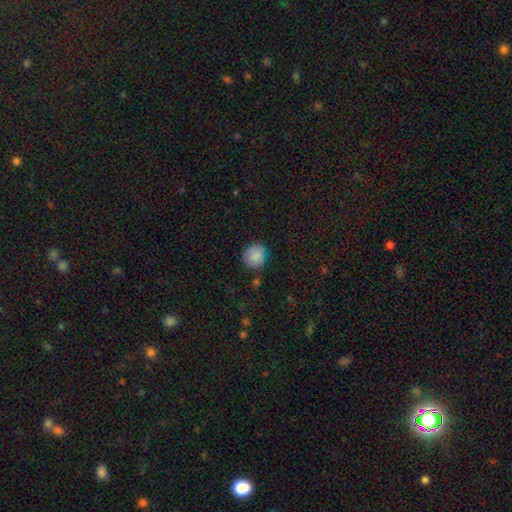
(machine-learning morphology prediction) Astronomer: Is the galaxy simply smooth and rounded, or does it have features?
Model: smooth — 86%.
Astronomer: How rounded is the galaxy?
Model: round — 88%.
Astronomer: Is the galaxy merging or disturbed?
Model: none — 79%.